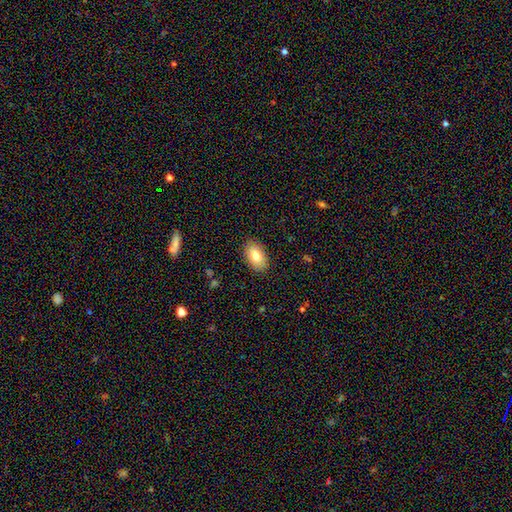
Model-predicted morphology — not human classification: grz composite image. It shows a smooth galaxy with no disk features (79%) that is in between round and cigar-shaped (91%). Merging: none (88%).